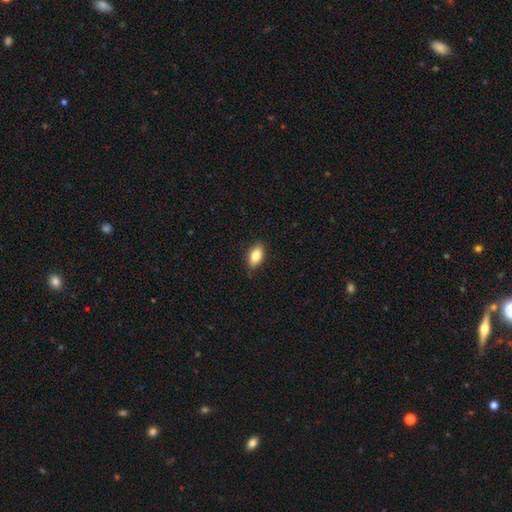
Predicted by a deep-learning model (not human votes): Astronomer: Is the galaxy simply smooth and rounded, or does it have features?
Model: smooth — 79%.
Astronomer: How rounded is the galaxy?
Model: in between — 89%.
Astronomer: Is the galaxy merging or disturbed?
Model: none — 85%.